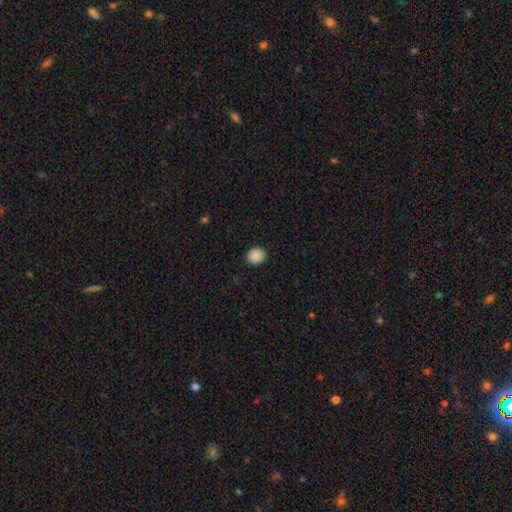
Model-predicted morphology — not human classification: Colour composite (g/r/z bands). It shows a smooth galaxy with no disk features (89%) that is round (73%). Merging: none (91%).